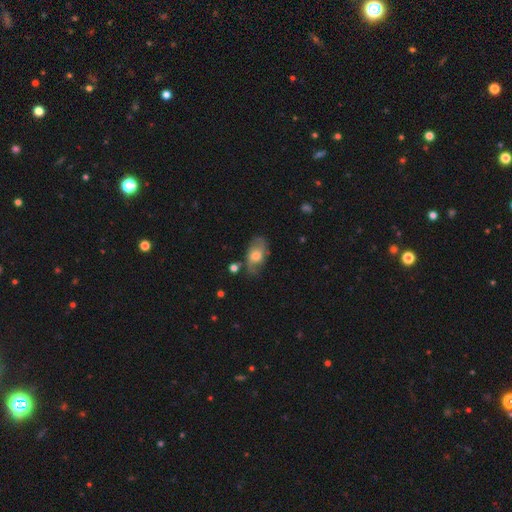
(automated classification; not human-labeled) featured or disk 52%, smooth 40%, star or artifact 8%. Down the decision tree: edge-on disk — no (91%); merging — none (64%).